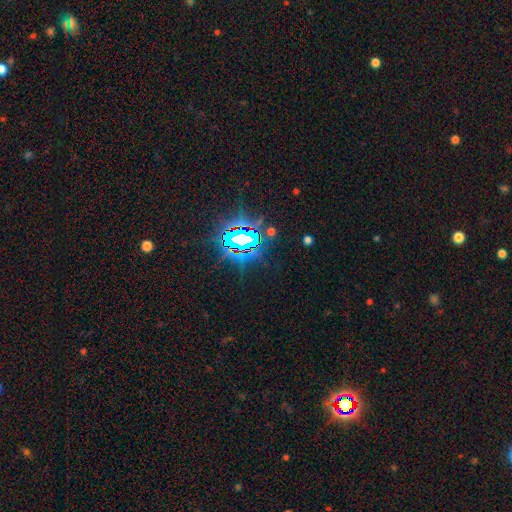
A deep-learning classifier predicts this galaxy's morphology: Smooth or featured?
  - star or artifact: 82% *
  - smooth: 10%
  - featured or disk: 7%